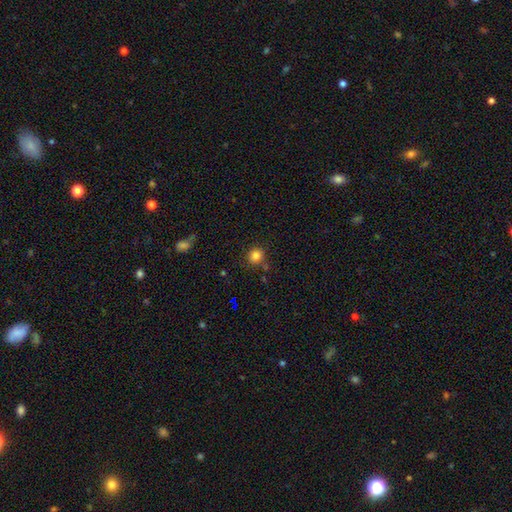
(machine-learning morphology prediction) smooth_or_featured: smooth (p=0.84) [alt: star or artifact p=0.12]
how_rounded: round (p=0.90) [alt: in between p=0.09]
merging: none (p=0.80) [alt: minor disturbance p=0.10]